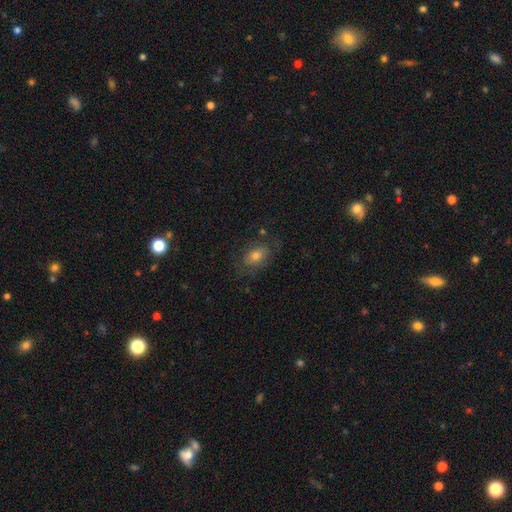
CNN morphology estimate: A smooth galaxy with no disk features (57%) that is in between round and cigar-shaped (77%). Merging: none (69%).